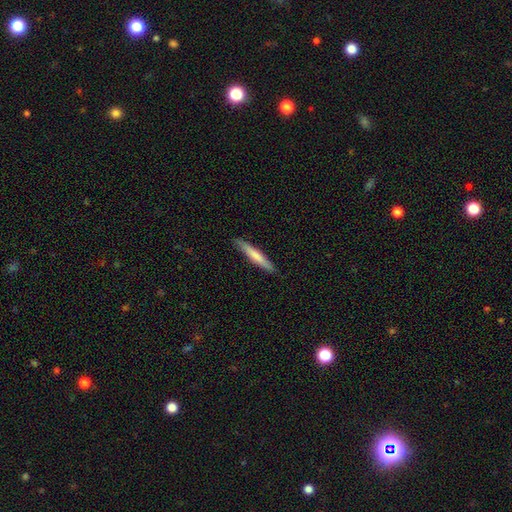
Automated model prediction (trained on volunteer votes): The model was most divided on "smooth or featured": smooth: 68%, featured or disk: 27%, star or artifact: 5%. More confident: how rounded — cigar-shaped (94%); merging — none (89%).